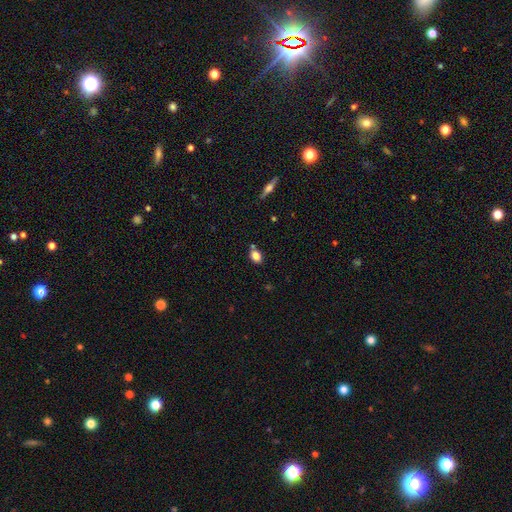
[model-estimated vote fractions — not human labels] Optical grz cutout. It shows a smooth galaxy with no disk features (82%) that is in between round and cigar-shaped (67%). Merging: none (75%).